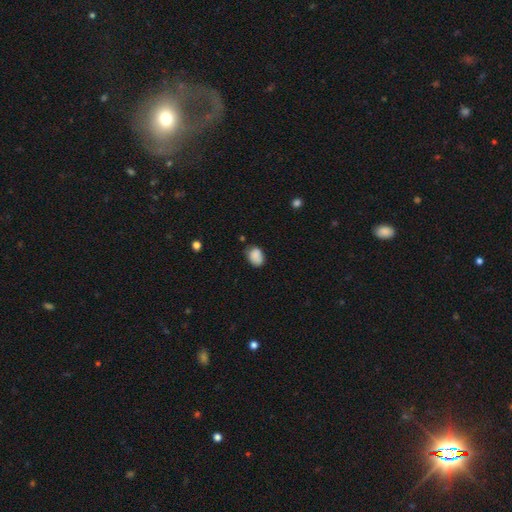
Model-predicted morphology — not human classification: Smooth or featured? smooth (86%)
How rounded? in between (71%)
Merging? none (65%)